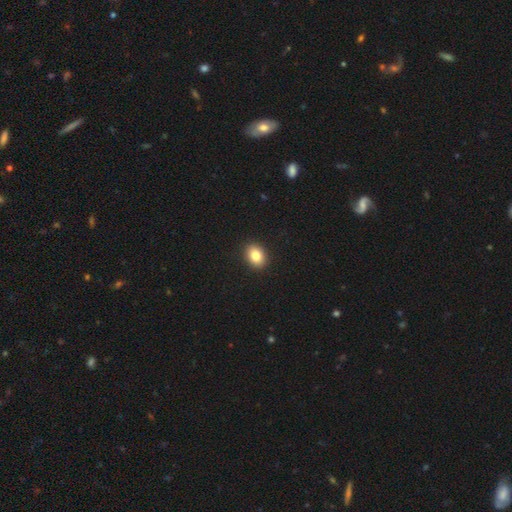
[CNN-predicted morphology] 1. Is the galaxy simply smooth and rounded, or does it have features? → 83% smooth, 9% star or artifact, 8% featured or disk.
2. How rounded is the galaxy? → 61% in between, 38% round, 1% cigar-shaped.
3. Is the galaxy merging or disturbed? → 92% none, 6% minor disturbance, 2% major disturbance, 1% merger.